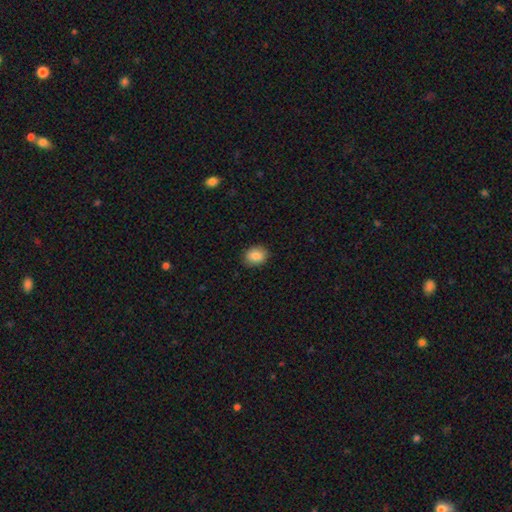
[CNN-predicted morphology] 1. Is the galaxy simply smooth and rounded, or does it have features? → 87% smooth, 8% star or artifact, 5% featured or disk.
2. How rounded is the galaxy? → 51% in between, 48% round, 1% cigar-shaped.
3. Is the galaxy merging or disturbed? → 88% none, 9% minor disturbance, 2% major disturbance, 1% merger.